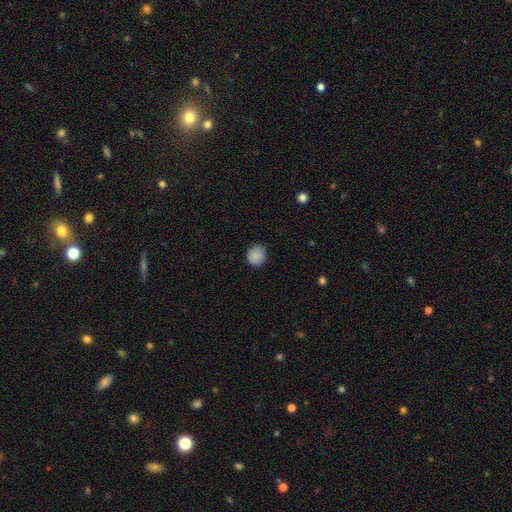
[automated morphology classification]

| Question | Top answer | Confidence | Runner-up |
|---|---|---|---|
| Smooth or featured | smooth | 88% | star or artifact (8%) |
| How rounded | round | 86% | in between (13%) |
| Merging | none | 85% | minor disturbance (12%) |